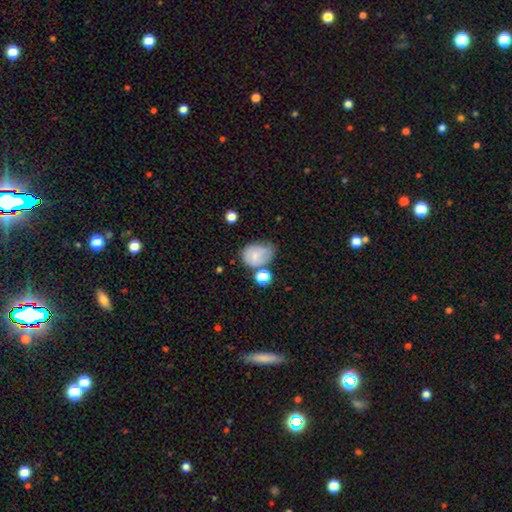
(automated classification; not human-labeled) Q: Smooth or featured?
A: smooth (72%); runner-up: featured or disk (18%)
Q: How rounded?
A: in between (65%); runner-up: round (34%)
Q: Merging?
A: none (41%); runner-up: minor disturbance (31%)